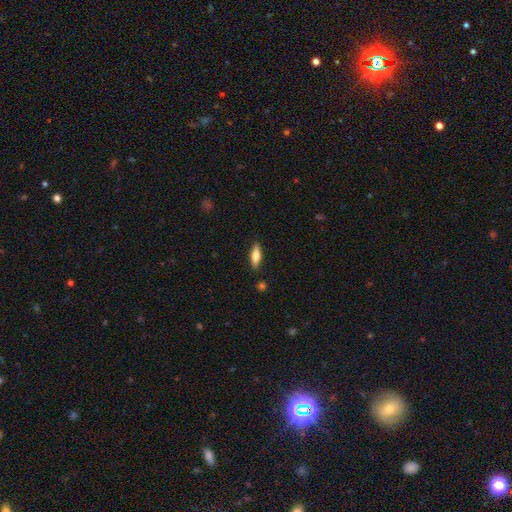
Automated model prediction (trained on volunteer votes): smooth-or-featured: smooth: 61% | featured or disk: 33% | star or artifact: 6%
  how-rounded: in between: 51% | cigar-shaped: 47% | round: 2%
  merging: none: 87% | minor disturbance: 9% | major disturbance: 2% | merger: 2%